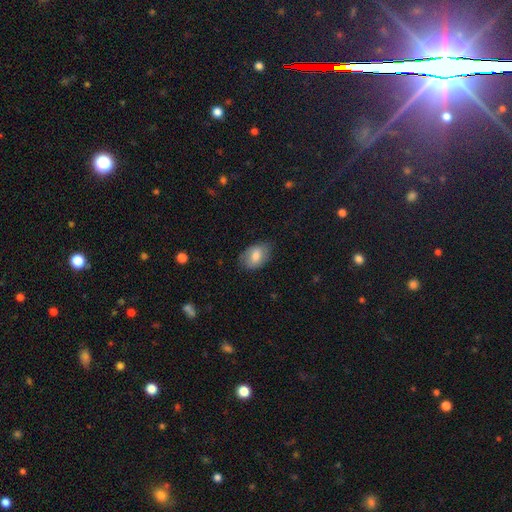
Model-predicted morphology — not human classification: Q: Smooth or featured?
A: smooth (76%); runner-up: featured or disk (17%)
Q: How rounded?
A: in between (85%); runner-up: round (14%)
Q: Merging?
A: none (74%); runner-up: minor disturbance (21%)